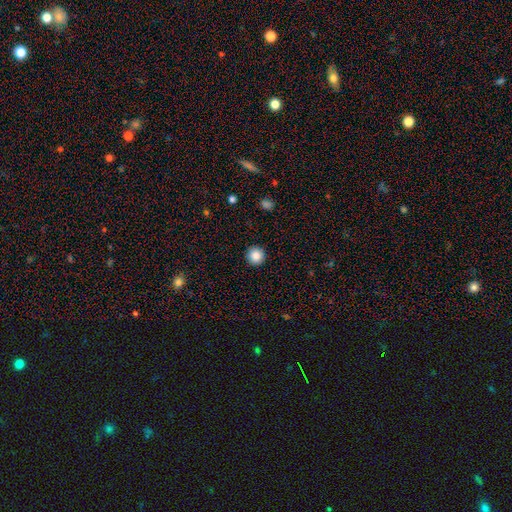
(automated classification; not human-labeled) This is clearly a smooth galaxy (87%). How rounded: clearly round (96%). Merging: clearly none (92%).